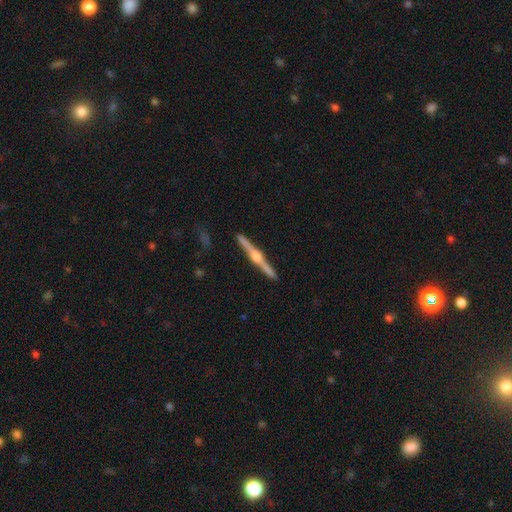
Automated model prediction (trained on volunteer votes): featured or disk 86%, smooth 10%, star or artifact 5%. Down the decision tree: edge-on disk — yes (99%); edge-on bulge — rounded (91%); merging — none (91%).